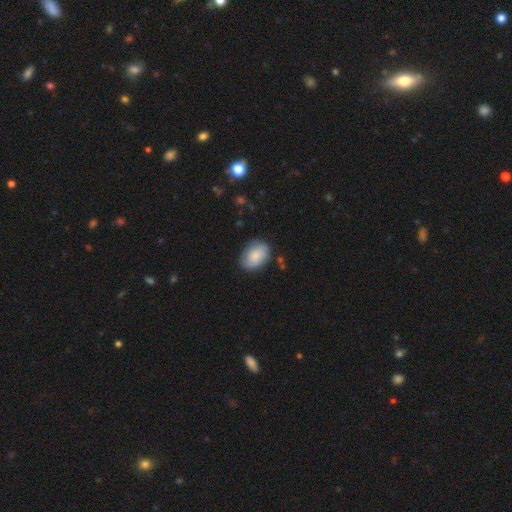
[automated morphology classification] Smooth or featured: smooth — 73% (featured or disk — 20%)
How rounded: in between — 79% (round — 20%)
Merging: none — 76% (minor disturbance — 18%)